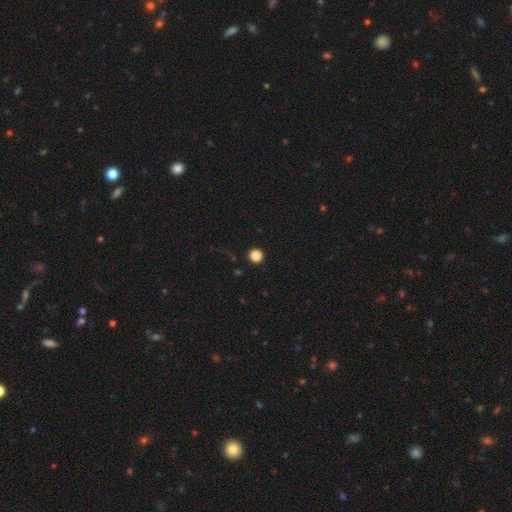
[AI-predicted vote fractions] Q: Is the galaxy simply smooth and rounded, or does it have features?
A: smooth — 86%.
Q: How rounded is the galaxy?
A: round — 95%.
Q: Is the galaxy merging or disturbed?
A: none — 93%.